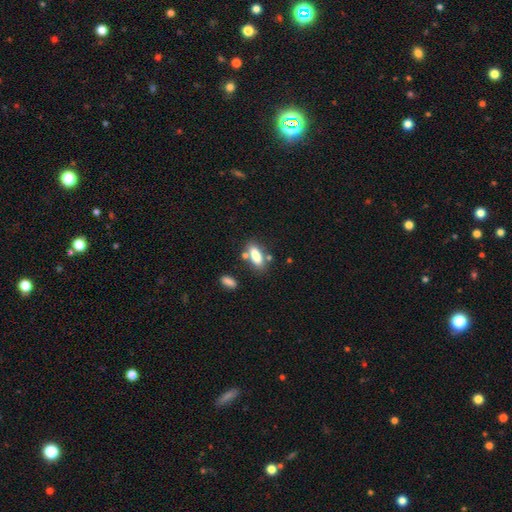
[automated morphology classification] smooth 80%, featured or disk 12%, star or artifact 8%. Down the decision tree: how rounded — in between (66%); merging — none (68%).